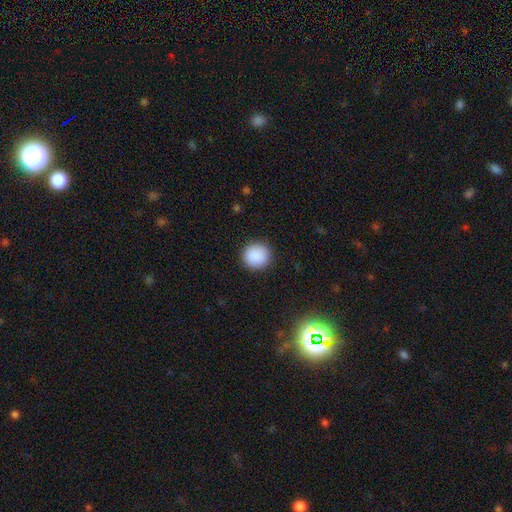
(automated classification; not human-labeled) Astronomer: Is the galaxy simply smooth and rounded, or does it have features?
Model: smooth — 89%.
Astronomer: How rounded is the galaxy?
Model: round — 93%.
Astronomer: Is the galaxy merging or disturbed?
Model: none — 91%.